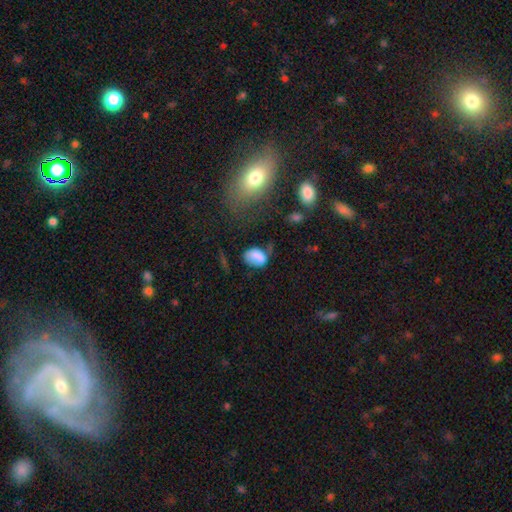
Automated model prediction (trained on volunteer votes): This is likely a smooth galaxy (75%). How rounded: likely in between (70%). Merging: marginally none (42%).